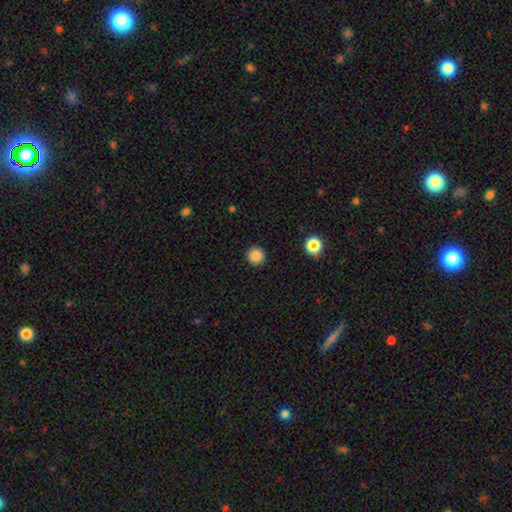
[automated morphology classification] A smooth galaxy with no disk features (86%) that is round (96%).

Vote fractions:
- Smooth or featured? smooth: 86% / star or artifact: 11% / featured or disk: 4%
- How rounded? round: 96% / in between: 4% / cigar-shaped: 1%
- Merging? none: 92% / minor disturbance: 5% / major disturbance: 2% / merger: 1%